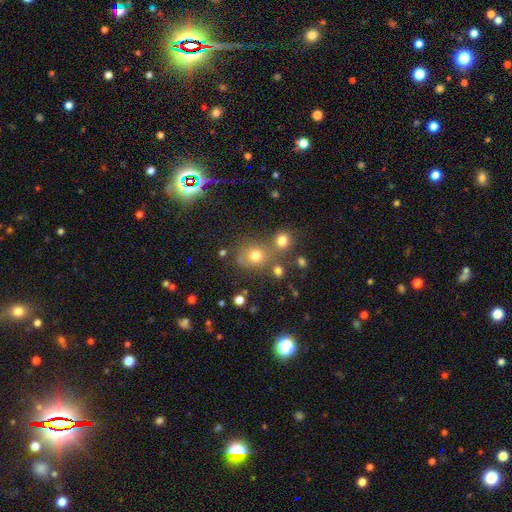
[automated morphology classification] Smooth or featured? Predicted: smooth (p=0.70). How rounded? Predicted: round (p=0.78). Merging? Predicted: none (p=0.57).